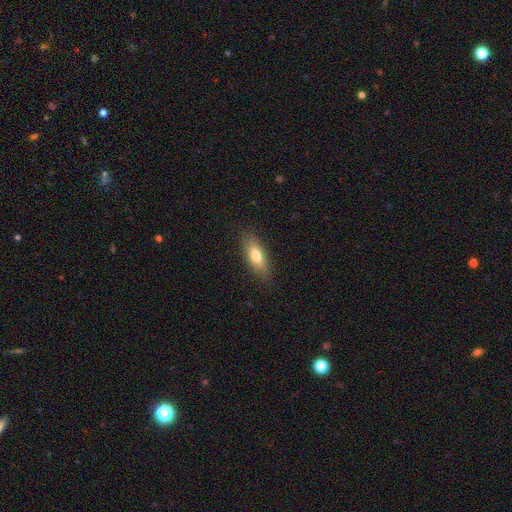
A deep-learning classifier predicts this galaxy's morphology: This is likely a smooth galaxy (74%). How rounded: likely in between (69%). Merging: clearly none (86%).